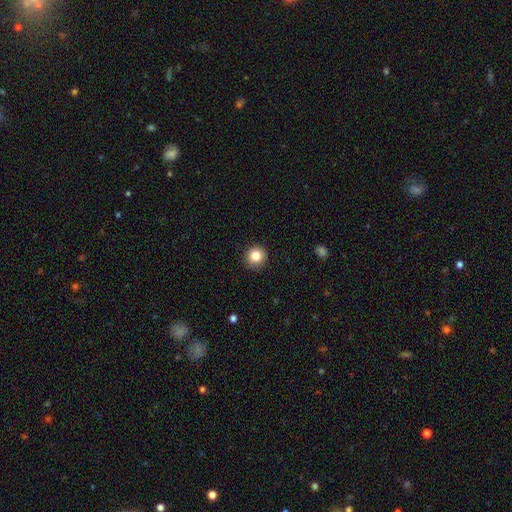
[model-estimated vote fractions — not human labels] Morphology: type=smooth (84%); roundness=round (94%); merging=none (91%).